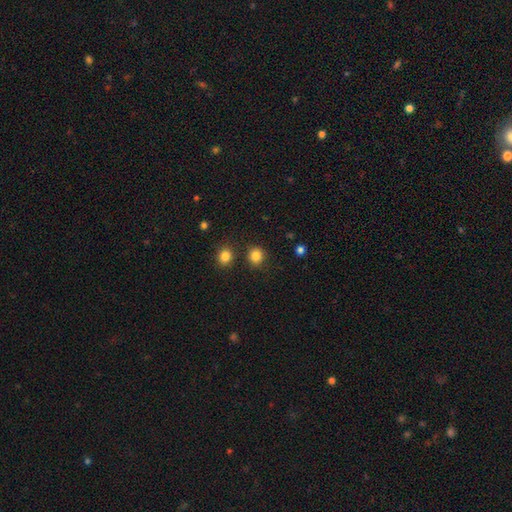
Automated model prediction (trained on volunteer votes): This appears to be a smooth galaxy with no disk features (85%) that is round (87%). Merging: none (85%).